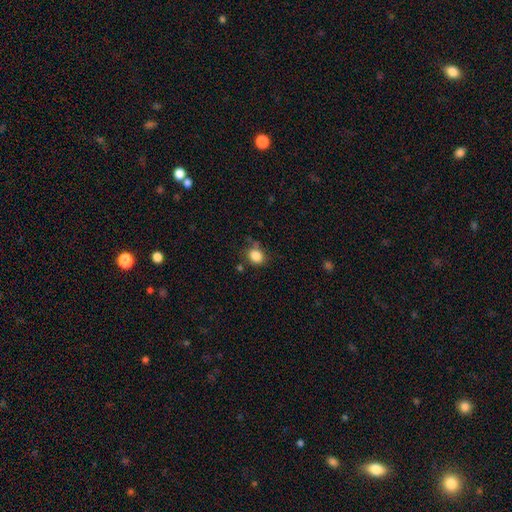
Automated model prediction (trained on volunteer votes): smooth_or_featured: smooth (p=0.85) [alt: star or artifact p=0.10]
how_rounded: round (p=0.64) [alt: in between p=0.35]
merging: none (p=0.70) [alt: minor disturbance p=0.18]